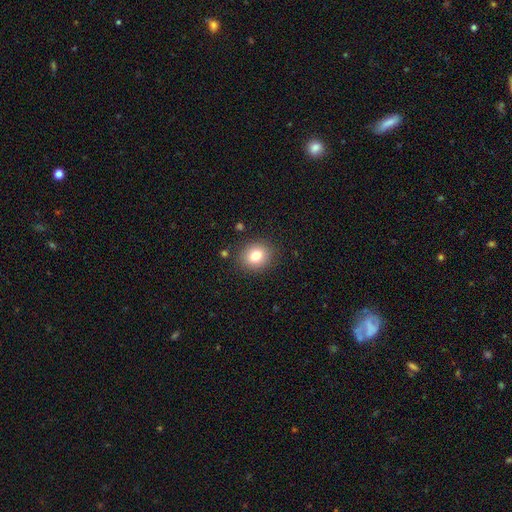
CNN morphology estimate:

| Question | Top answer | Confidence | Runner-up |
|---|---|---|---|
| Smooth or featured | smooth | 79% | star or artifact (11%) |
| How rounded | round | 72% | in between (27%) |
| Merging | none | 87% | minor disturbance (9%) |